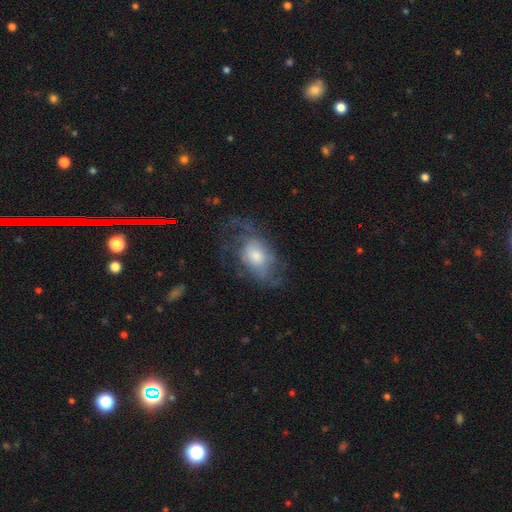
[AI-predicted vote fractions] Q: Smooth or featured?
A: featured or disk (62%); runner-up: smooth (30%)
Q: Edge-on disk?
A: no (94%); runner-up: yes (6%)
Q: Bar?
A: no (75%); runner-up: weak (22%)
Q: Spiral arms?
A: yes (71%); runner-up: no (29%)
Q: Bulge size?
A: moderate (51%); runner-up: small (26%)
Q: Merging?
A: none (49%); runner-up: major disturbance (28%)